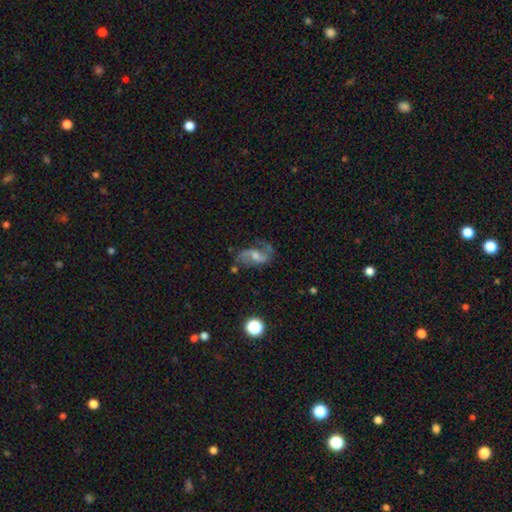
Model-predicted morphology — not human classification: smooth_or_featured: featured or disk (p=0.79) [alt: smooth p=0.11]
disk_edge_on: no (p=0.96) [alt: yes p=0.04]
bar: weak (p=0.49) [alt: no p=0.30]
has_spiral_arms: yes (p=0.93) [alt: no p=0.07]
spiral_winding: loose (p=0.52) [alt: medium p=0.38]
spiral_arm_count: 2 (p=0.88) [alt: can't tell p=0.05]
bulge_size: moderate (p=0.42) [alt: small p=0.40]
merging: none (p=0.65) [alt: minor disturbance p=0.18]